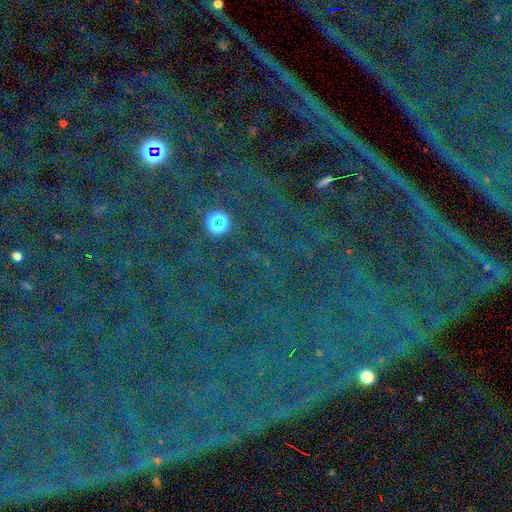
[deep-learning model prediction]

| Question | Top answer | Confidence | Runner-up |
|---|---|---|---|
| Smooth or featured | star or artifact | 85% | smooth (7%) |